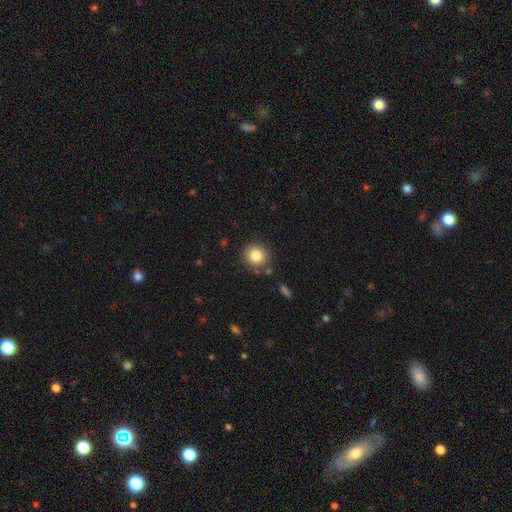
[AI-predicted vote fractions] smooth-or-featured: smooth: 82% | star or artifact: 10% | featured or disk: 8%
  how-rounded: round: 91% | in between: 8% | cigar-shaped: 1%
  merging: none: 83% | minor disturbance: 9% | merger: 4% | major disturbance: 3%